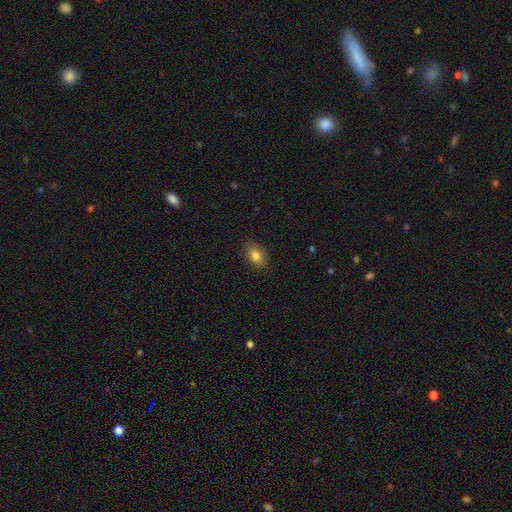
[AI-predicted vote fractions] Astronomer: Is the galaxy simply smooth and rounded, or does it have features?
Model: smooth — 83%.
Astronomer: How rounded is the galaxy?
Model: in between — 79%.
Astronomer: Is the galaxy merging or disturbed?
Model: none — 86%.